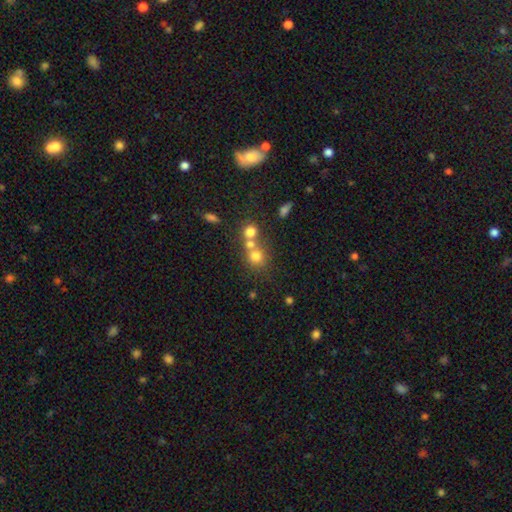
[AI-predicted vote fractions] Smooth or featured? Predicted: smooth (p=0.72). How rounded? Predicted: round (p=0.83). Merging? Predicted: none (p=0.44, tied with merger).